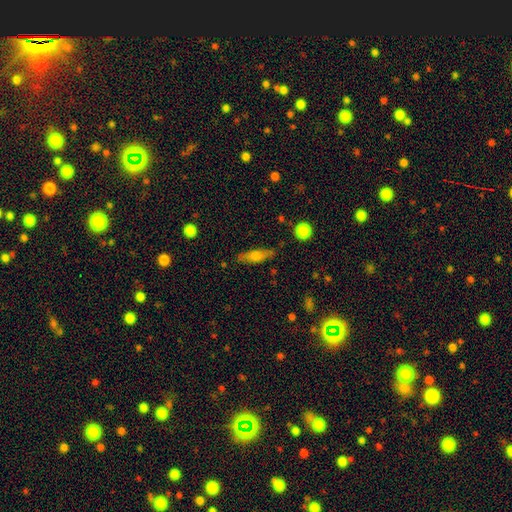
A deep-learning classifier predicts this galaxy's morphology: A smooth galaxy with no disk features (61%) that is cigar-shaped (55%).

Vote fractions:
- Smooth or featured? smooth: 61% / featured or disk: 33% / star or artifact: 7%
- How rounded? cigar-shaped: 55% / in between: 42% / round: 3%
- Merging? none: 80% / minor disturbance: 14% / major disturbance: 3% / merger: 2%